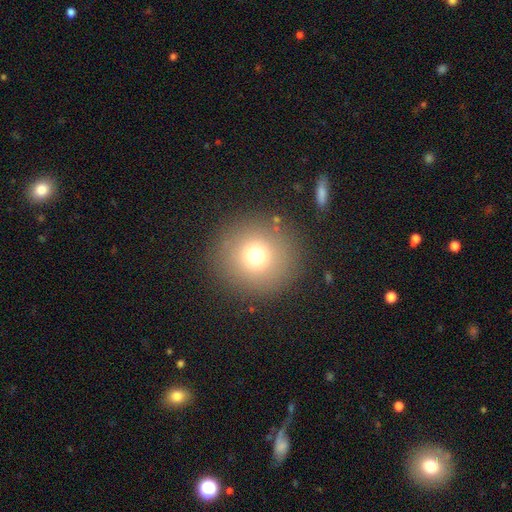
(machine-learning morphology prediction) type=smooth (71%); roundness=round (95%); merging=none (88%).